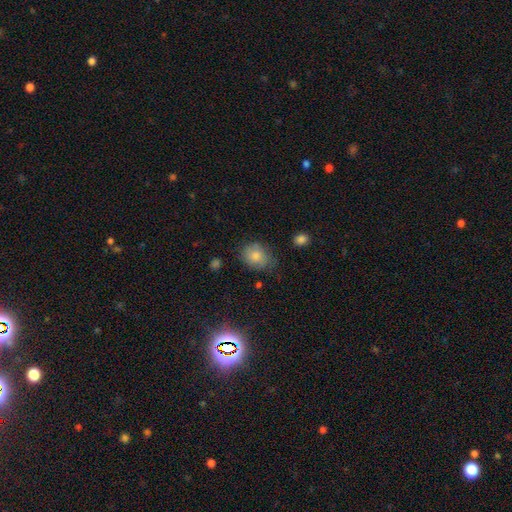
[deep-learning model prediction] smooth_or_featured: smooth (p=0.79) [alt: featured or disk p=0.12]
how_rounded: round (p=0.55) [alt: in between p=0.44]
merging: none (p=0.64) [alt: minor disturbance p=0.27]